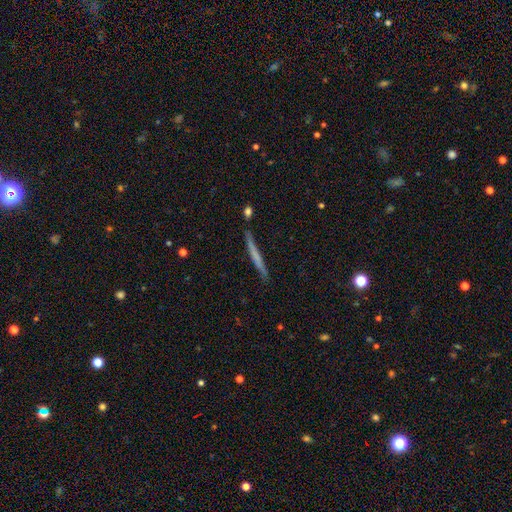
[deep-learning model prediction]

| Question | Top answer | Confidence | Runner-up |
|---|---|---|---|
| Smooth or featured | smooth | 51% | featured or disk (42%) |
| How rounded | cigar-shaped | 96% | in between (2%) |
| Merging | none | 86% | minor disturbance (10%) |